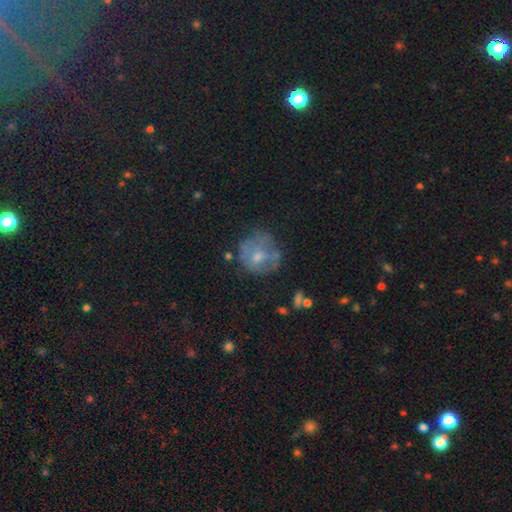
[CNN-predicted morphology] This appears to be a smooth galaxy with no disk features (48%). Merging: none (52%).